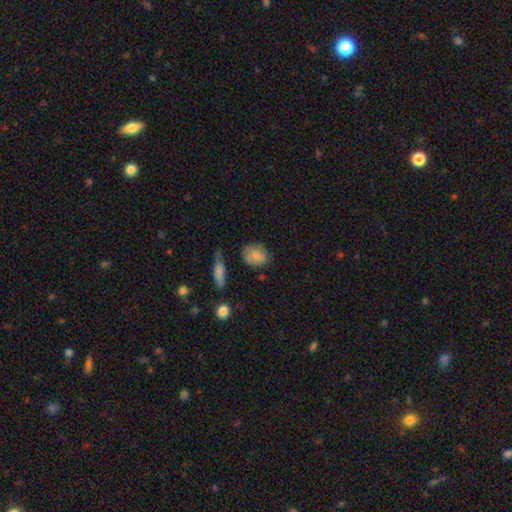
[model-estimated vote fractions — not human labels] This appears to be a smooth galaxy with no disk features (79%) that is round (58%). Merging: none (70%).